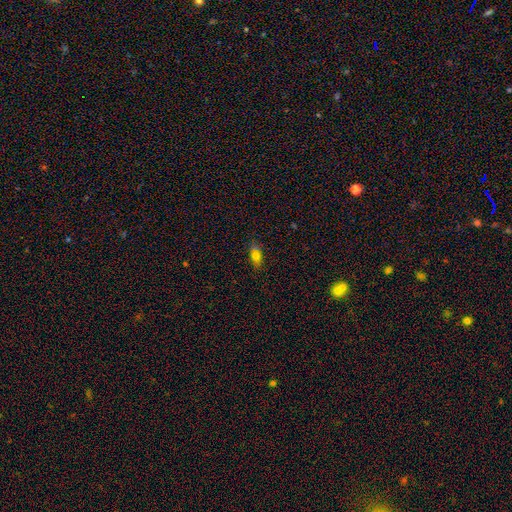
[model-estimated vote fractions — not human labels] The model was most divided on "smooth or featured": smooth: 76%, featured or disk: 15%, star or artifact: 10%. More confident: merging — none (83%); how rounded — in between (80%).